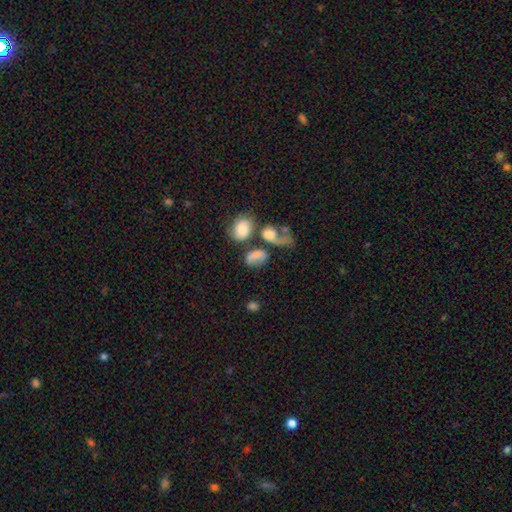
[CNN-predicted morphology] The model was most divided on "merging": merger: 36%, none: 27%, major disturbance: 22%, minor disturbance: 15%. More confident: how rounded — in between (75%); smooth or featured — smooth (66%).